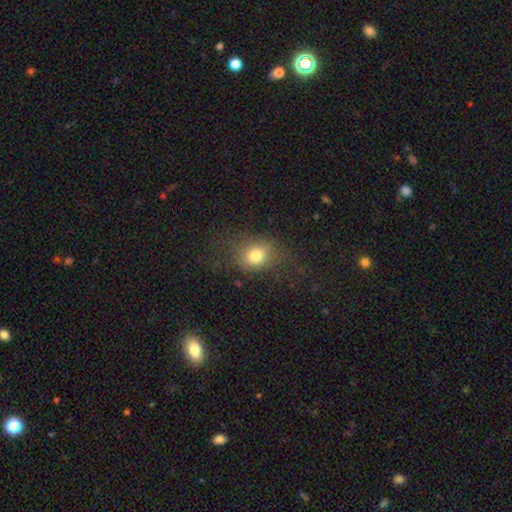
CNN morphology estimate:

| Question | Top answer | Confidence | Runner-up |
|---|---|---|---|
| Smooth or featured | smooth | 77% | star or artifact (13%) |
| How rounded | round | 52% | in between (47%) |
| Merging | none | 69% | minor disturbance (17%) |